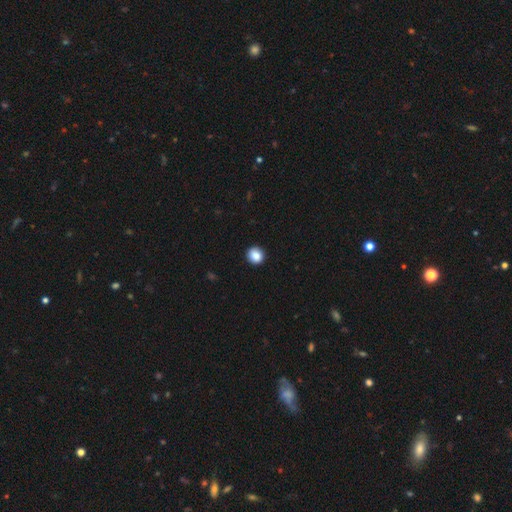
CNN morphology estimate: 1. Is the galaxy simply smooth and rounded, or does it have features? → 87% smooth, 9% star or artifact, 4% featured or disk.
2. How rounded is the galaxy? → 88% round, 11% in between, 1% cigar-shaped.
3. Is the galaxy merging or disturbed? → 92% none, 5% minor disturbance, 1% major disturbance, 1% merger.